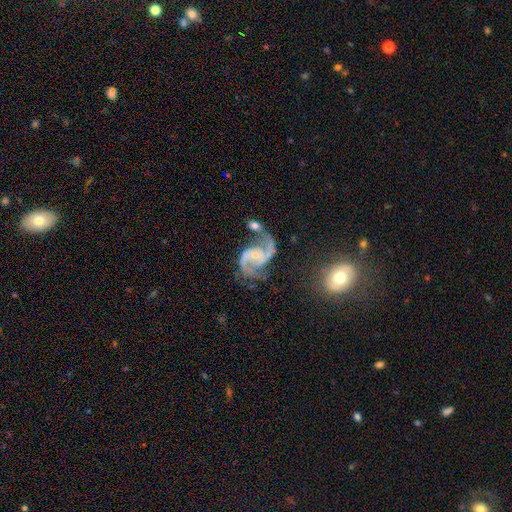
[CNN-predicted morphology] Smooth or featured?
  - featured or disk: 91% *
  - star or artifact: 5%
  - smooth: 4%
Edge-on disk?
  - no: 98% *
  - yes: 2%
Bar?
  - no: 49% *
  - weak: 39%
  - strong: 12%
Spiral arms?
  - yes: 97% *
  - no: 3%
Spiral winding?
  - medium: 50% *
  - loose: 38%
  - tight: 12%
Spiral arm count?
  - 2: 91% *
  - 1: 3%
  - can't tell: 2%
  - 3: 2%
  - 4: 1%
  - more than 4: 1%
Bulge size?
  - small: 67% *
  - moderate: 23%
  - none: 7%
  - large: 2%
  - dominant: 1%
Merging?
  - none: 43% *
  - major disturbance: 20%
  - minor disturbance: 20%
  - merger: 17%